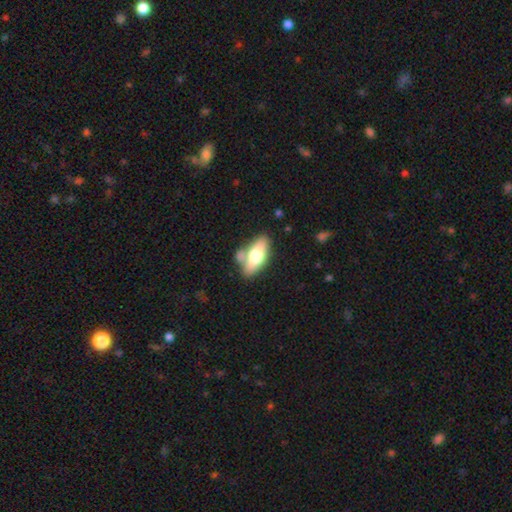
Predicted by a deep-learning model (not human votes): This appears to be a smooth galaxy with no disk features (61%) that is in between round and cigar-shaped (79%). Merging: none (63%).